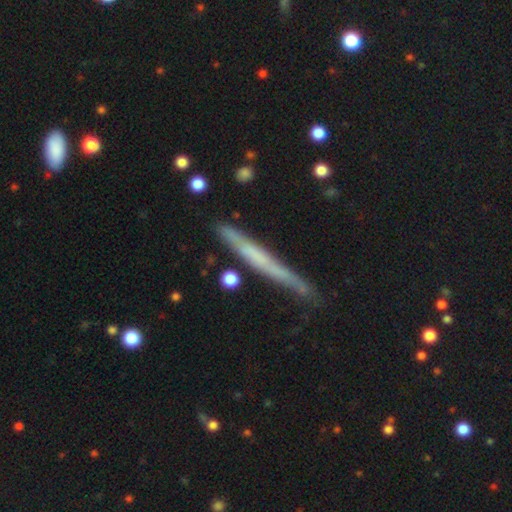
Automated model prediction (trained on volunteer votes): smooth-or-featured: featured or disk: 52% | smooth: 42% | star or artifact: 6%
  disk-edge-on: yes: 92% | no: 8%
  merging: none: 72% | minor disturbance: 21% | major disturbance: 4% | merger: 3%